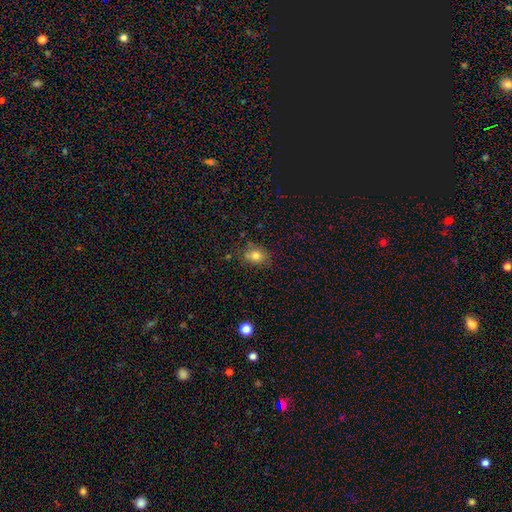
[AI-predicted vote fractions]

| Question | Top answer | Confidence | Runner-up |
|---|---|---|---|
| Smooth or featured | smooth | 79% | star or artifact (11%) |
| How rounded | in between | 71% | round (28%) |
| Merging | none | 72% | minor disturbance (20%) |